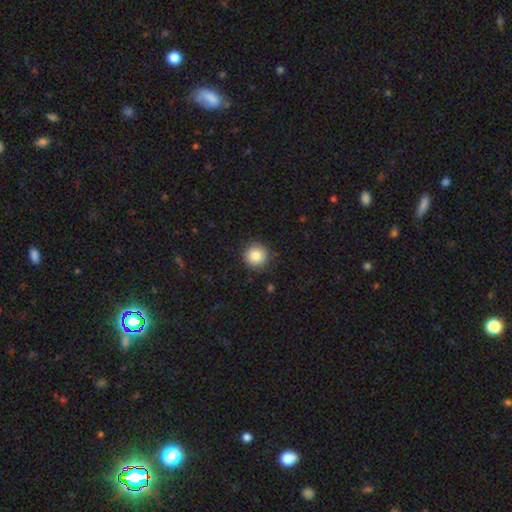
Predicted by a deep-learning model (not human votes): Smooth or featured: smooth — 84% (star or artifact — 9%)
How rounded: round — 95% (in between — 4%)
Merging: none — 89% (minor disturbance — 8%)